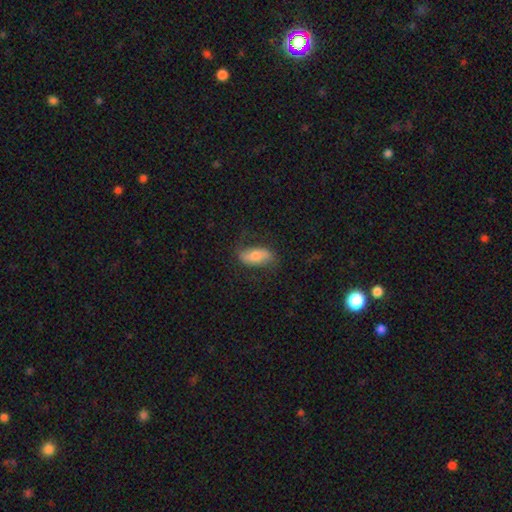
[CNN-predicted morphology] smooth 60%, featured or disk 34%, star or artifact 7%. Down the decision tree: how rounded — in between (86%); merging — none (71%).